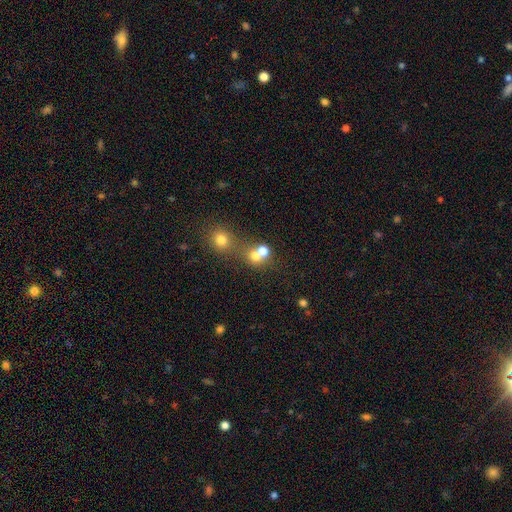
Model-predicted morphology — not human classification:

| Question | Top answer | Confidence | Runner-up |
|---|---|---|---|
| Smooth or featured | smooth | 70% | star or artifact (17%) |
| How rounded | round | 81% | in between (18%) |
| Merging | merger | 50% | none (40%) |